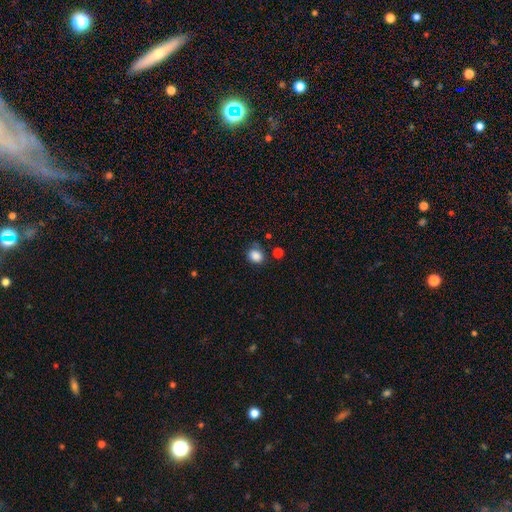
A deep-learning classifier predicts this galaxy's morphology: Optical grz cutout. It shows a smooth galaxy with no disk features (85%) that is round (66%). Merging: none (73%).